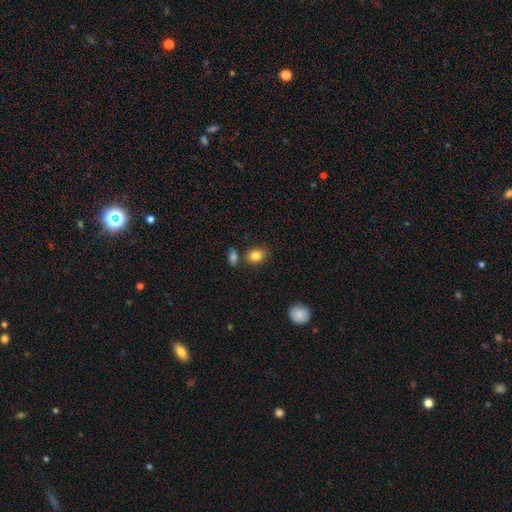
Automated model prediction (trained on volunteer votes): The model was most divided on "how rounded": in between: 57%, round: 41%, cigar-shaped: 1%. More confident: smooth or featured — smooth (84%); merging — none (74%).